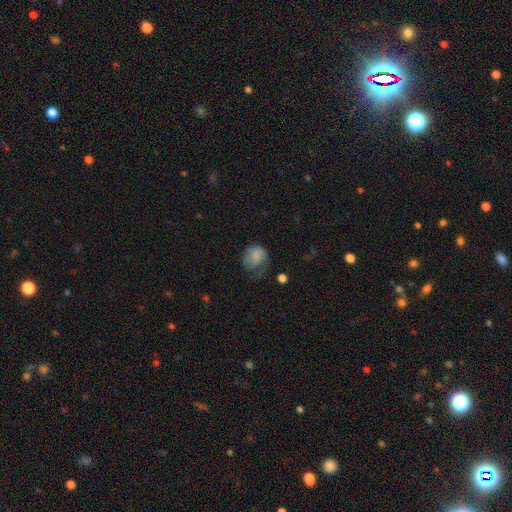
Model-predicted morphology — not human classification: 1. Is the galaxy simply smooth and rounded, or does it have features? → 71% smooth, 19% featured or disk, 10% star or artifact.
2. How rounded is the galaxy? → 60% round, 39% in between, 1% cigar-shaped.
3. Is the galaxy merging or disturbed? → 35% major disturbance, 32% none, 31% minor disturbance, 2% merger.